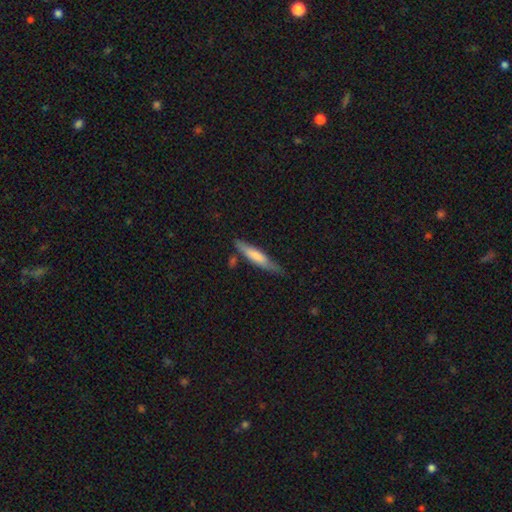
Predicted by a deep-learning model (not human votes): A smooth galaxy with no disk features (64%) that is cigar-shaped (86%). Merging: none (70%).